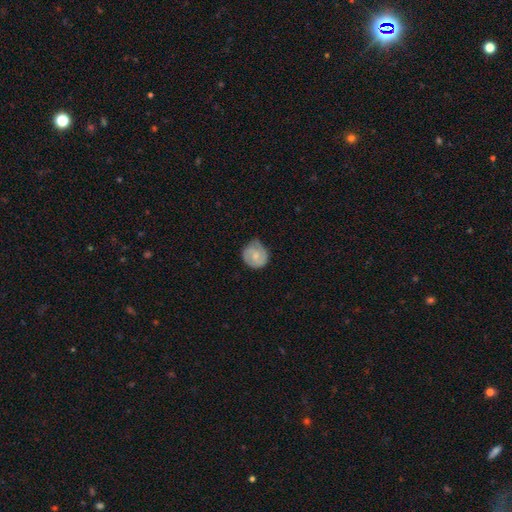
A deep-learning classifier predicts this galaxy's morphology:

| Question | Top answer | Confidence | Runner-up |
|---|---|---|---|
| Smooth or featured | smooth | 49% | featured or disk (44%) |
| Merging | none | 61% | minor disturbance (30%) |